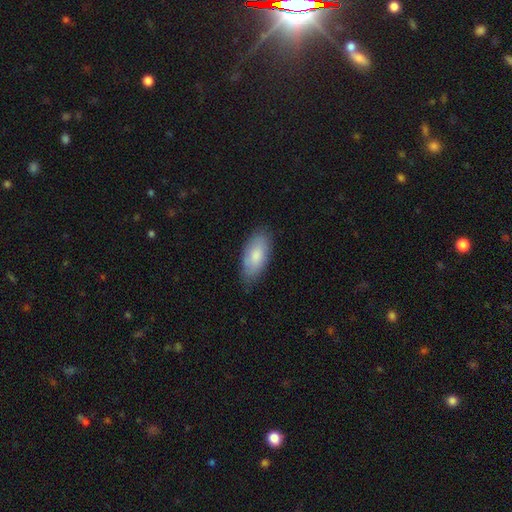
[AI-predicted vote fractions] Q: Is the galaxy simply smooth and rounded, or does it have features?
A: smooth — 79%.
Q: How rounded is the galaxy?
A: in between — 91%.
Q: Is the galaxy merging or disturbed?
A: none — 75%.